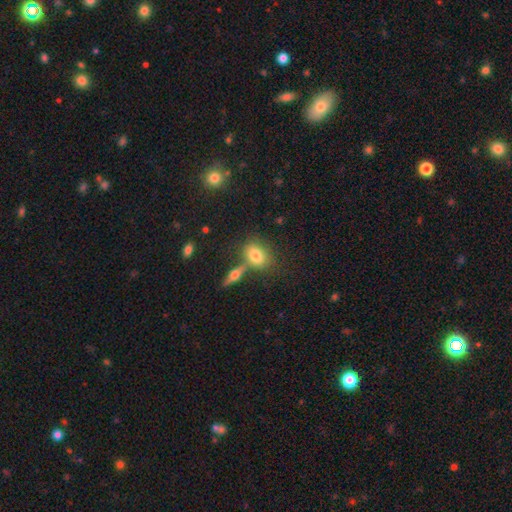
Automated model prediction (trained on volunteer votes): Smooth or featured?
  - smooth: 74% *
  - featured or disk: 17%
  - star or artifact: 9%
How rounded?
  - in between: 71% *
  - round: 25%
  - cigar-shaped: 3%
Merging?
  - none: 56% *
  - merger: 27%
  - minor disturbance: 13%
  - major disturbance: 5%